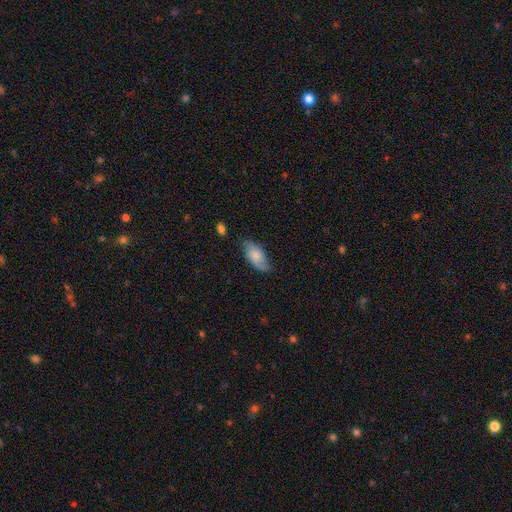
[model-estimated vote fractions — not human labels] Morphology: type=smooth (70%); roundness=in between (90%); merging=none (69%).